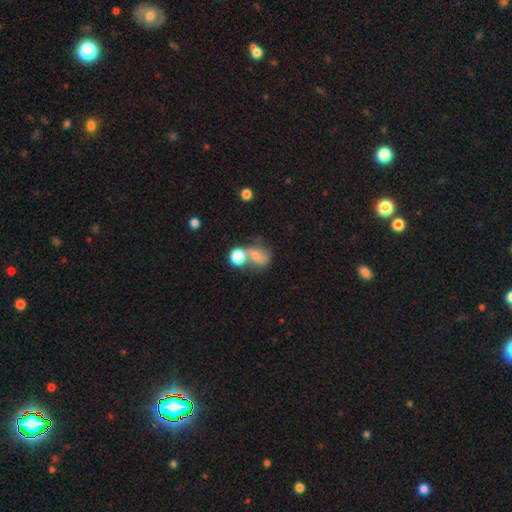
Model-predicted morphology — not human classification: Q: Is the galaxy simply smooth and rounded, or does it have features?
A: smooth — 48%.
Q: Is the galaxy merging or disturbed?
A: merger — 40%.